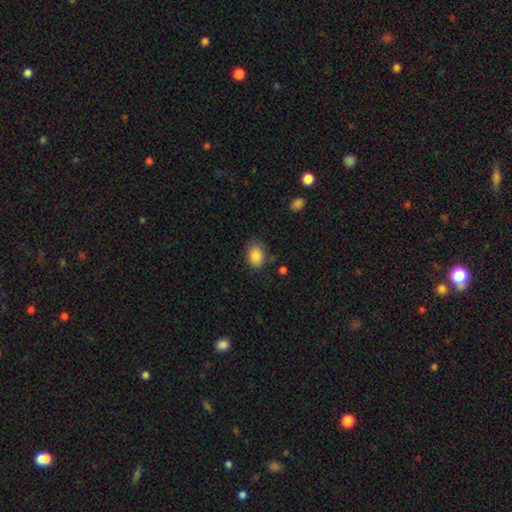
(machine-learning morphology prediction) Q: Smooth or featured?
A: smooth (86%); runner-up: star or artifact (8%)
Q: How rounded?
A: in between (75%); runner-up: round (24%)
Q: Merging?
A: none (73%); runner-up: minor disturbance (20%)